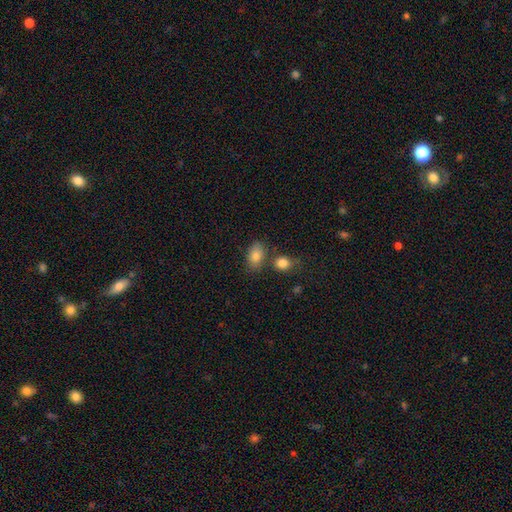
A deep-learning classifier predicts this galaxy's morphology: A smooth galaxy with no disk features (83%) that is in between round and cigar-shaped (84%).

Vote fractions:
- Smooth or featured? smooth: 83% / star or artifact: 9% / featured or disk: 8%
- How rounded? in between: 84% / round: 14% / cigar-shaped: 2%
- Merging? none: 66% / merger: 17% / minor disturbance: 14% / major disturbance: 4%